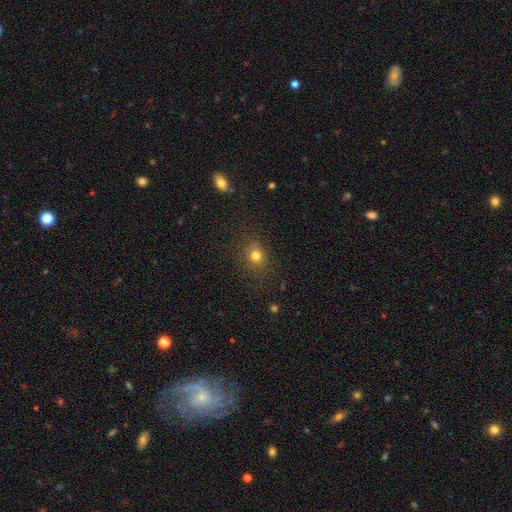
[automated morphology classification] Smooth or featured? smooth (76%)
How rounded? round (70%)
Merging? none (79%)